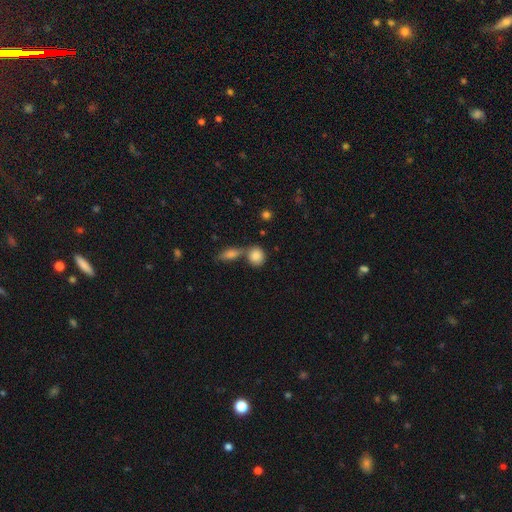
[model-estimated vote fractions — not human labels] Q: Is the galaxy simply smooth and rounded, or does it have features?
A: smooth — 85%.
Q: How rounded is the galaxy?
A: round — 68%.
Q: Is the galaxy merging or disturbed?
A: none — 52%.